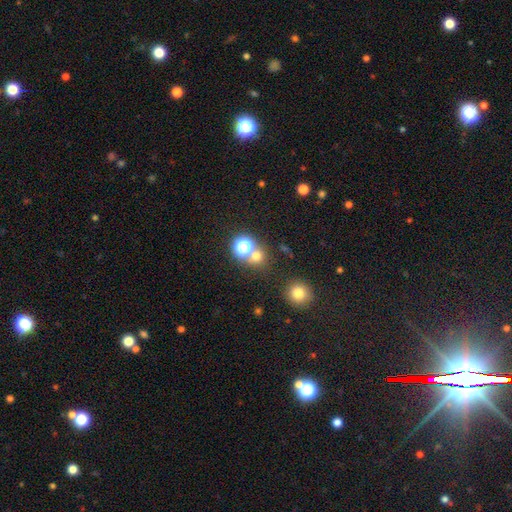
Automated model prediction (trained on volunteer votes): smooth-or-featured: smooth: 64% | star or artifact: 28% | featured or disk: 7%
  how-rounded: round: 86% | in between: 13% | cigar-shaped: 1%
  merging: none: 64% | merger: 26% | minor disturbance: 7% | major disturbance: 4%